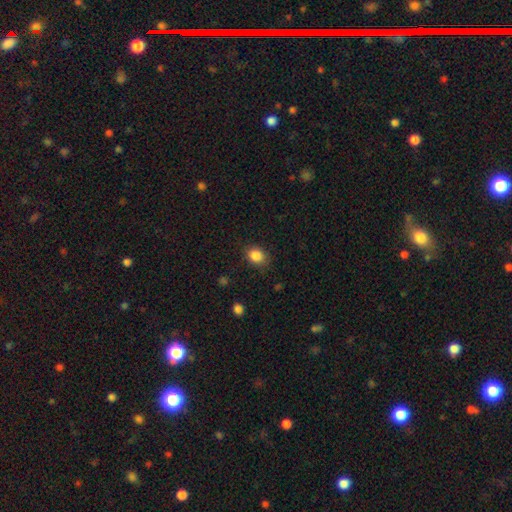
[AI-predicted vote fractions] smooth 86%, star or artifact 10%, featured or disk 4%. Down the decision tree: how rounded — in between (51%); merging — none (81%).